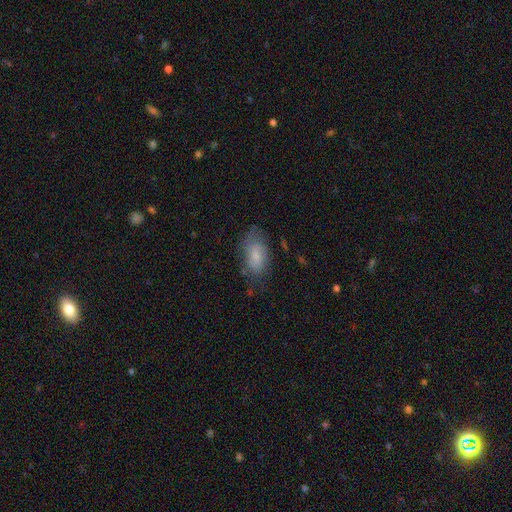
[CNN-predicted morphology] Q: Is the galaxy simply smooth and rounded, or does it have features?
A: smooth — 62%.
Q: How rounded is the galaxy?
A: in between — 91%.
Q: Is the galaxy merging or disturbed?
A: none — 63%.